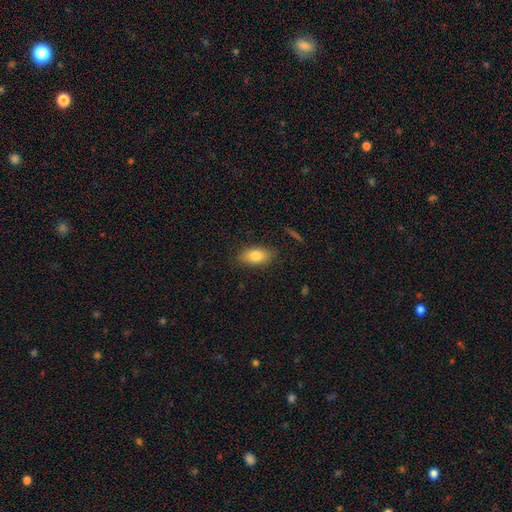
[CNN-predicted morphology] Smooth or featured? Predicted: smooth (p=0.80). How rounded? Predicted: in between (p=0.89). Merging? Predicted: none (p=0.84).